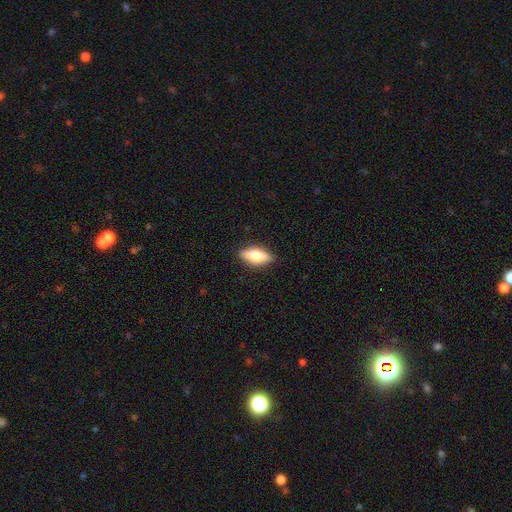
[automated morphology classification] The model was most divided on "smooth or featured": smooth: 61%, featured or disk: 33%, star or artifact: 6%. More confident: merging — none (88%); how rounded — in between (69%).